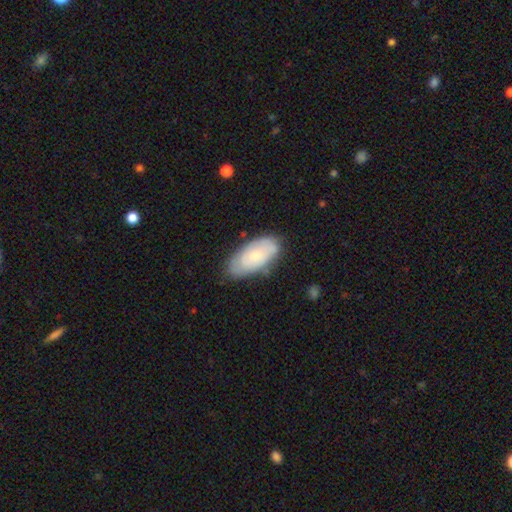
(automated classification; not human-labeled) Q: Smooth or featured?
A: smooth (57%); runner-up: featured or disk (37%)
Q: How rounded?
A: in between (92%); runner-up: cigar-shaped (6%)
Q: Merging?
A: none (73%); runner-up: minor disturbance (21%)